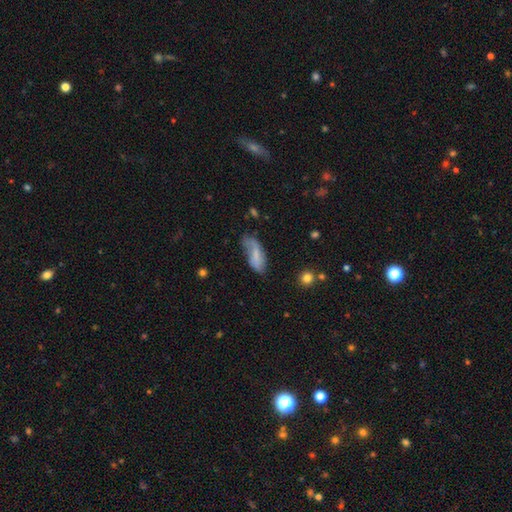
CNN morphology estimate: A smooth galaxy with no disk features (59%) that is in between round and cigar-shaped (80%). Merging: none (40%).